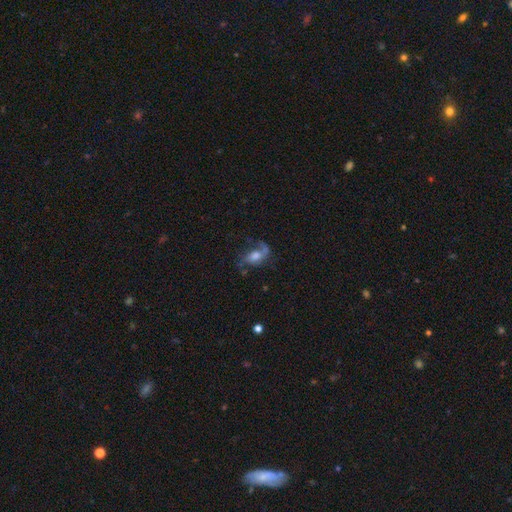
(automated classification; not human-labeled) featured or disk 65%, smooth 25%, star or artifact 10%. Down the decision tree: edge-on disk — no (94%); bar — no (56%); spiral arms — yes (85%); spiral arm count — 2 (59%); spiral winding — loose (58%); bulge size — moderate (42%); merging — none (48%).